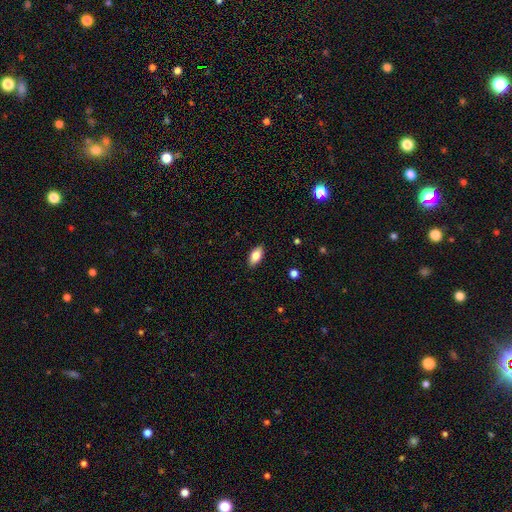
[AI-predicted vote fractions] smooth_or_featured: smooth (p=0.80) [alt: featured or disk p=0.13]
how_rounded: in between (p=0.91) [alt: cigar-shaped p=0.06]
merging: none (p=0.89) [alt: minor disturbance p=0.09]